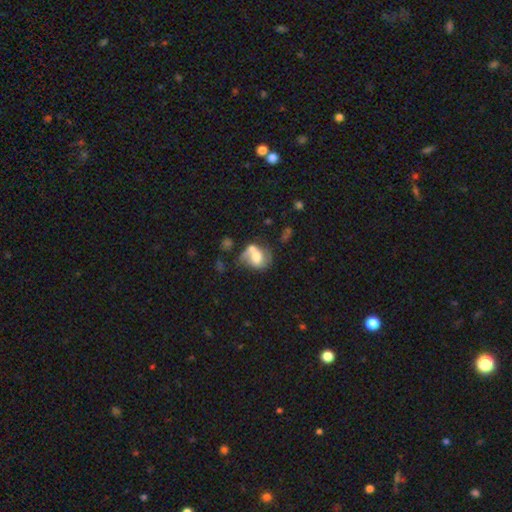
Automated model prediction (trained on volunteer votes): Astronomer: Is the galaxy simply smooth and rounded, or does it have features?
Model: featured or disk — 47% (runner-up: smooth, 44%).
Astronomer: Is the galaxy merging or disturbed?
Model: merger — 39% (runner-up: none, 27%).